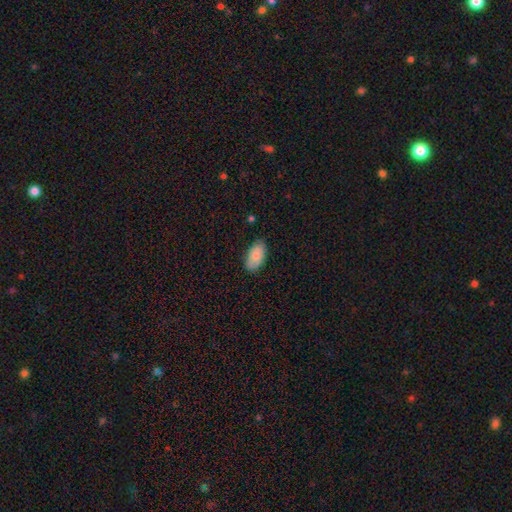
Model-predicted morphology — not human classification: A smooth galaxy with no disk features (83%) that is in between round and cigar-shaped (94%).

Vote fractions:
- Smooth or featured? smooth: 83% / featured or disk: 10% / star or artifact: 7%
- How rounded? in between: 94% / round: 3% / cigar-shaped: 2%
- Merging? none: 82% / minor disturbance: 14% / major disturbance: 2% / merger: 1%